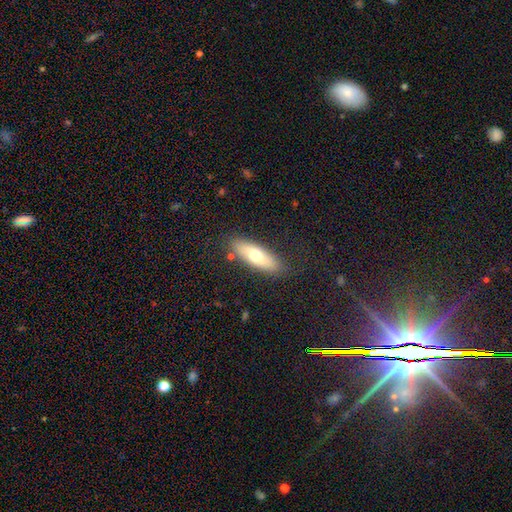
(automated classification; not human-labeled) Smooth or featured? Predicted: smooth (p=0.63). How rounded? Predicted: in between (p=0.57). Merging? Predicted: none (p=0.82).